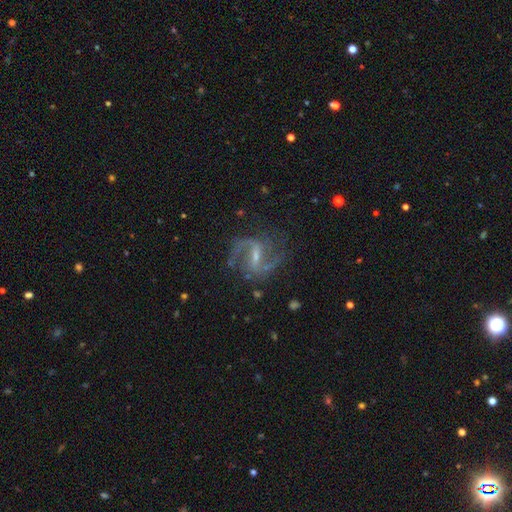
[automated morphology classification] featured or disk 90%, star or artifact 7%, smooth 3%. Down the decision tree: edge-on disk — no (97%); bar — weak (47%); spiral arms — yes (97%); spiral arm count — 2 (91%); spiral winding — medium (49%); bulge size — small (63%); merging — none (77%).